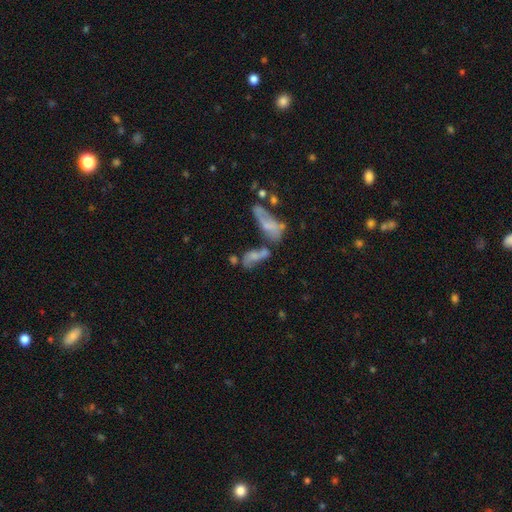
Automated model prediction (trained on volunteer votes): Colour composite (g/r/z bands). It shows a smooth galaxy with no disk features (50%). Merging: merger (52%).